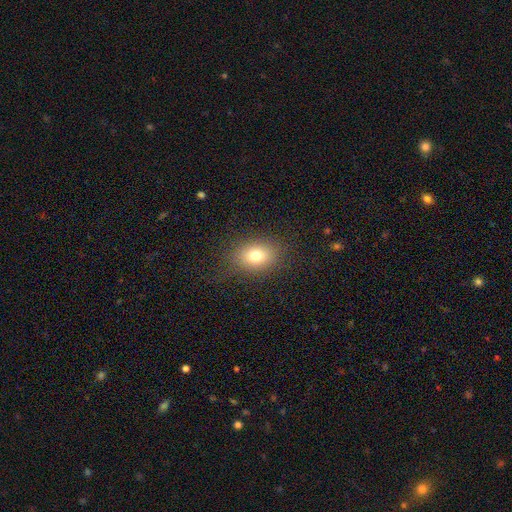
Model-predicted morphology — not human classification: Smooth or featured? smooth (76%)
How rounded? in between (63%)
Merging? none (81%)